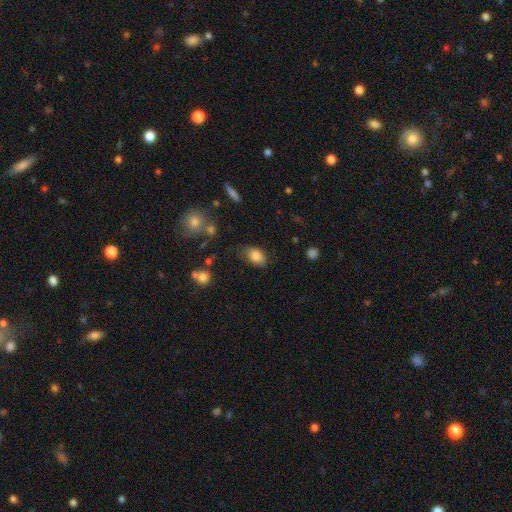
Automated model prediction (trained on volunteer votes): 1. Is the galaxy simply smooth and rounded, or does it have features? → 84% smooth, 9% star or artifact, 8% featured or disk.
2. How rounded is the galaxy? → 86% in between, 12% round, 2% cigar-shaped.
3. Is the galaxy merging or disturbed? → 64% none, 27% minor disturbance, 7% major disturbance, 3% merger.